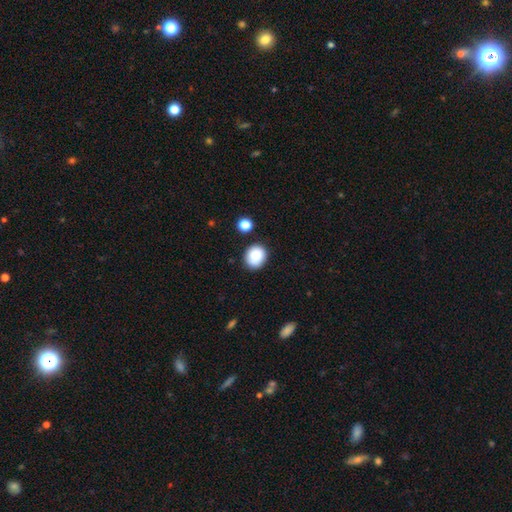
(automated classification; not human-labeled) This appears to be a smooth galaxy with no disk features (86%) that is round (67%). Merging: none (80%).